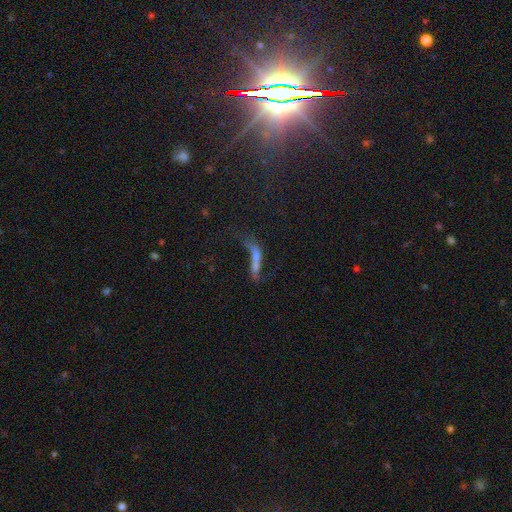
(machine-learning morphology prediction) smooth-or-featured: featured or disk: 47% | smooth: 35% | star or artifact: 18%
  merging: major disturbance: 34% | none: 27% | merger: 25% | minor disturbance: 14%